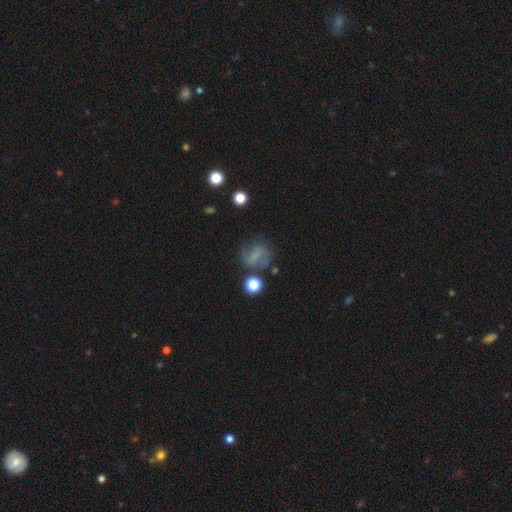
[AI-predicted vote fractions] Overall: smooth (45%; featured or disk 39%). Merging: none (56%; minor disturbance 22%).